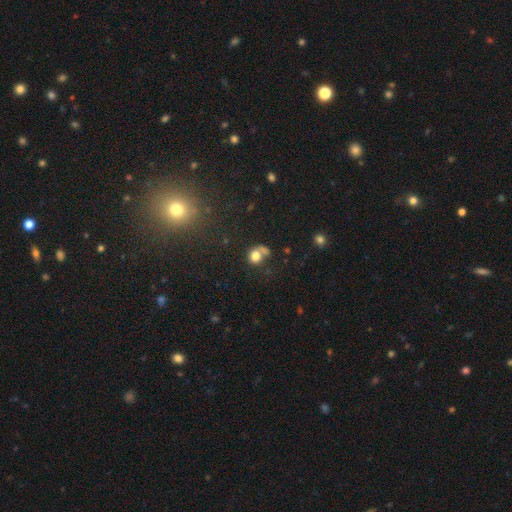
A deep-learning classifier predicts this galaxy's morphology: A smooth galaxy with no disk features (74%) that is round (70%).

Vote fractions:
- Smooth or featured? smooth: 74% / featured or disk: 14% / star or artifact: 12%
- How rounded? round: 70% / in between: 29% / cigar-shaped: 1%
- Merging? none: 40% / merger: 27% / major disturbance: 17% / minor disturbance: 17%